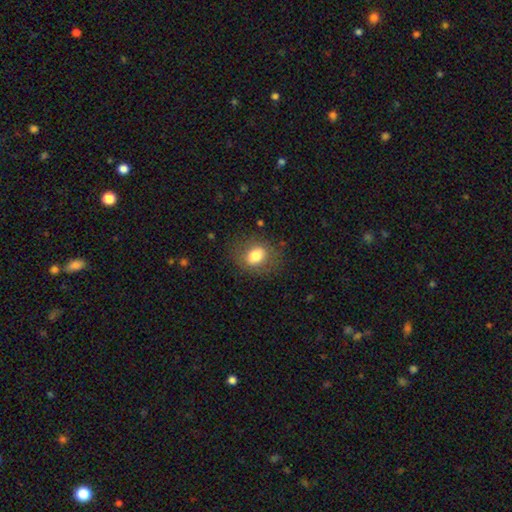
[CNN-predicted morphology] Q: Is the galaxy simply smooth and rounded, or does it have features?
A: smooth — 78%.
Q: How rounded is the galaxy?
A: in between — 50%.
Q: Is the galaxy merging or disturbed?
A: none — 78%.